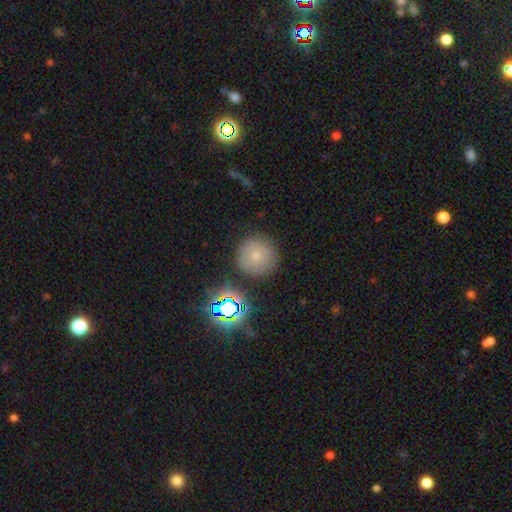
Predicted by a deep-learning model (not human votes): Smooth or featured?
  - smooth: 69% *
  - star or artifact: 18%
  - featured or disk: 13%
How rounded?
  - round: 95% *
  - in between: 4%
  - cigar-shaped: 1%
Merging?
  - none: 84% *
  - minor disturbance: 9%
  - merger: 4%
  - major disturbance: 3%